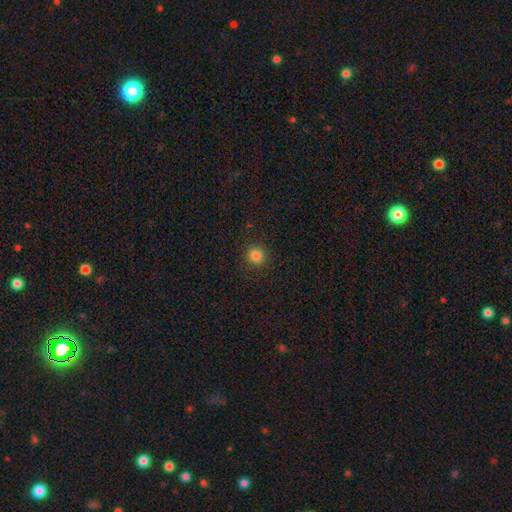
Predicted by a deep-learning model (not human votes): Overall: smooth (83%). How rounded: round (94%). Merging: none (91%).